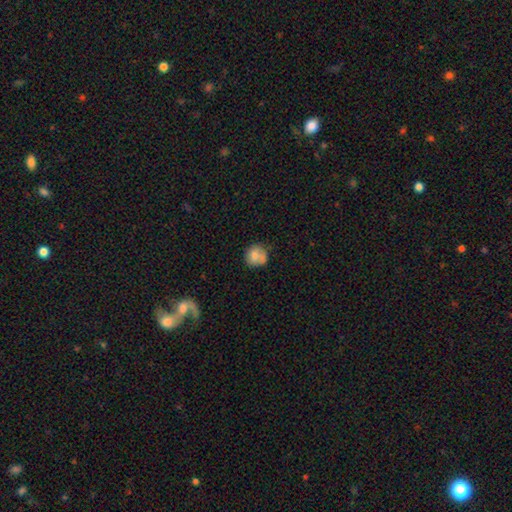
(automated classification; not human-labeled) Overall: smooth (77%). How rounded: round (87%). Merging: none (65%).